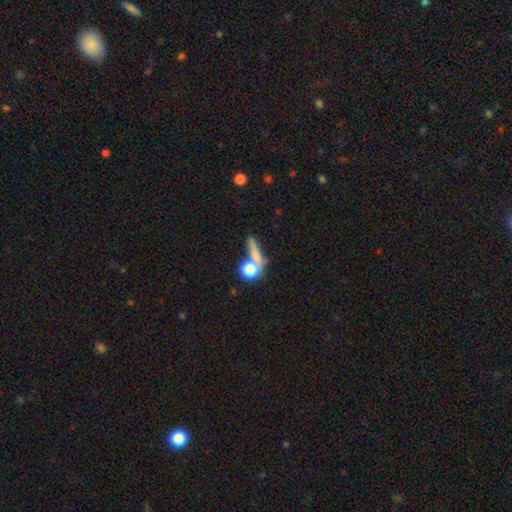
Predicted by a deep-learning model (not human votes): Morphology: type=smooth (63%); roundness=round (41%); merging=none (51%).